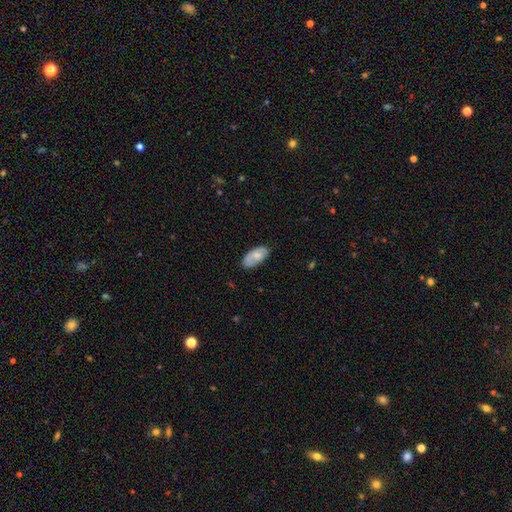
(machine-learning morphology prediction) Smooth or featured: smooth — 72% (featured or disk — 22%)
How rounded: in between — 93% (cigar-shaped — 4%)
Merging: none — 72% (minor disturbance — 23%)